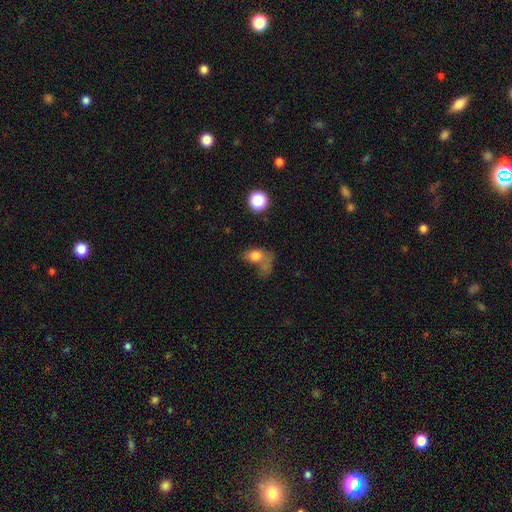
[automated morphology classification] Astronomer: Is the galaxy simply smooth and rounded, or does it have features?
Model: smooth — 72%.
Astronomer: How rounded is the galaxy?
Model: in between — 64%.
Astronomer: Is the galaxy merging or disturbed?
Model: major disturbance — 37% (runner-up: merger, 24%).